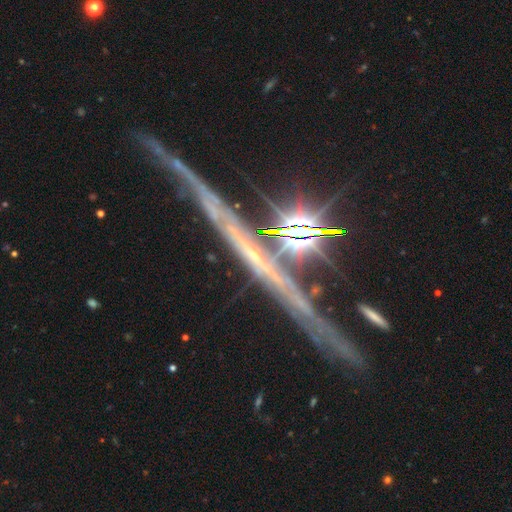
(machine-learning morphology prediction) Smooth or featured?
  - featured or disk: 67% *
  - star or artifact: 23%
  - smooth: 10%
Edge-on disk?
  - yes: 91% *
  - no: 9%
Edge-on bulge?
  - none: 68% *
  - rounded: 22%
  - boxy: 10%
Merging?
  - none: 74% *
  - minor disturbance: 14%
  - merger: 6%
  - major disturbance: 6%